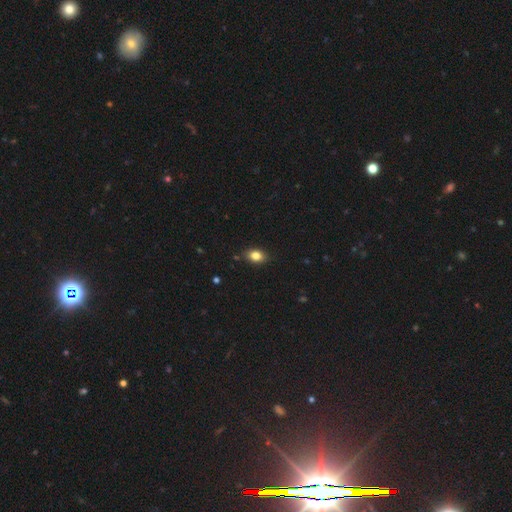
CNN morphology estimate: type=smooth (83%); roundness=in between (76%); merging=none (84%).